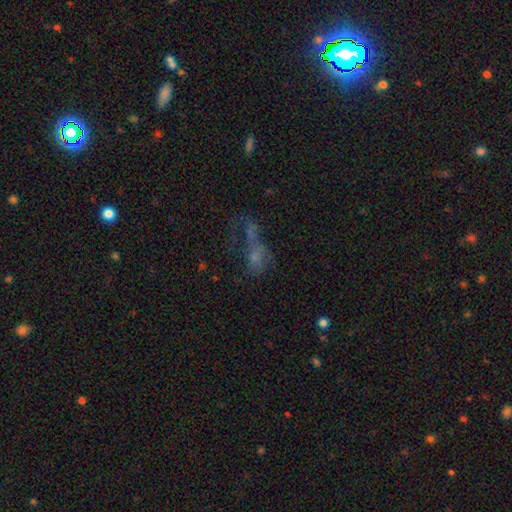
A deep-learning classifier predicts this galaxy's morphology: This is possibly a smooth galaxy (48%). Merging: marginally major disturbance (40%).